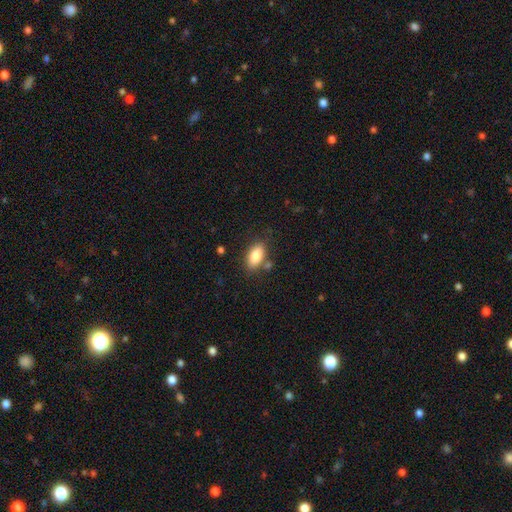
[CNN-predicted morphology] Overall: smooth (85%). How rounded: in between (91%). Merging: none (77%).